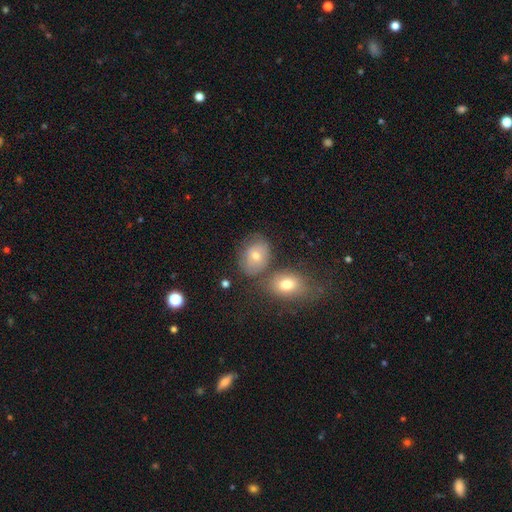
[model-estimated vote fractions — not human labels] The model was most divided on "how rounded": in between: 61%, round: 38%, cigar-shaped: 1%. More confident: smooth or featured — smooth (63%); merging — none (58%).